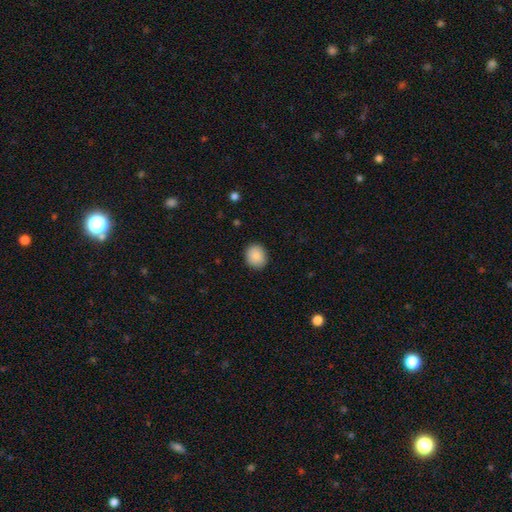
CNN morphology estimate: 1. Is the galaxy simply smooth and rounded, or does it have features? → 88% smooth, 8% star or artifact, 4% featured or disk.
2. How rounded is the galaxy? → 73% round, 26% in between, 1% cigar-shaped.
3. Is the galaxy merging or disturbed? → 90% none, 7% minor disturbance, 2% major disturbance, 1% merger.